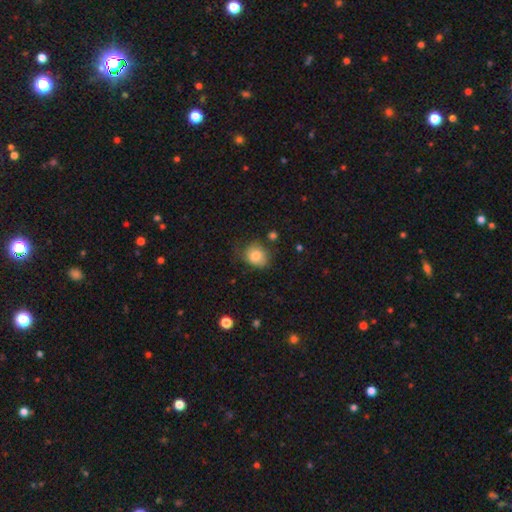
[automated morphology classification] smooth-or-featured: smooth: 80% | featured or disk: 11% | star or artifact: 9%
  how-rounded: round: 66% | in between: 34% | cigar-shaped: 1%
  merging: none: 62% | minor disturbance: 27% | major disturbance: 9% | merger: 3%